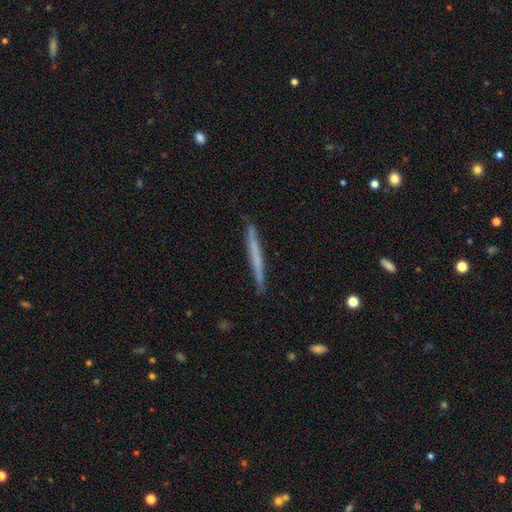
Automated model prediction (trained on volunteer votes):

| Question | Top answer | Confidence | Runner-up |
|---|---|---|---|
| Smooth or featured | smooth | 51% | featured or disk (43%) |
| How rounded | cigar-shaped | 97% | in between (2%) |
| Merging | none | 90% | minor disturbance (7%) |